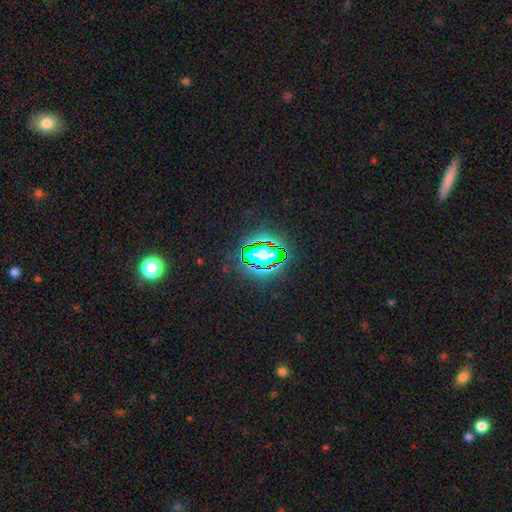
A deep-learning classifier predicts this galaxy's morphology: Smooth or featured: star or artifact — 70% (smooth — 18%)